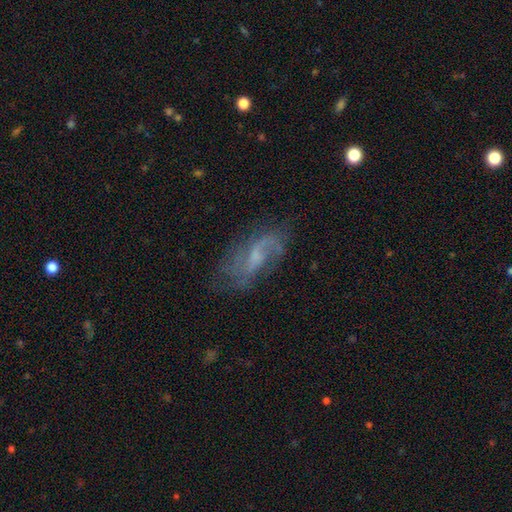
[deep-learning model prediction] Morphology: type=featured or disk (69%); edge-on=no (90%); bar=weak (51%); spiral arms=yes (86%); winding=loose (50%); arm count=2 (57%); bulge=small (45%); merging=none (68%).